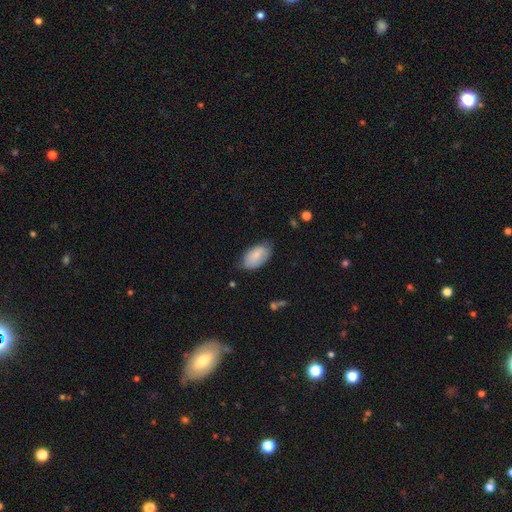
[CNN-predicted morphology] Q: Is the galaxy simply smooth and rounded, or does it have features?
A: smooth — 81%.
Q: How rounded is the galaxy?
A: in between — 95%.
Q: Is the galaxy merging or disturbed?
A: none — 63%.